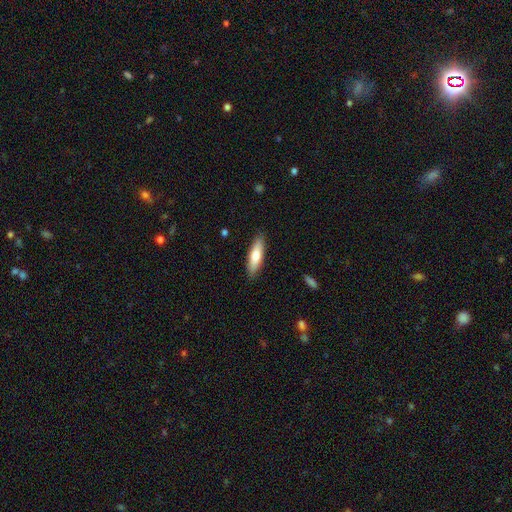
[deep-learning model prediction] Smooth or featured?
  - smooth: 70% *
  - featured or disk: 24%
  - star or artifact: 5%
How rounded?
  - cigar-shaped: 59% *
  - in between: 39%
  - round: 2%
Merging?
  - none: 88% *
  - minor disturbance: 9%
  - major disturbance: 2%
  - merger: 1%